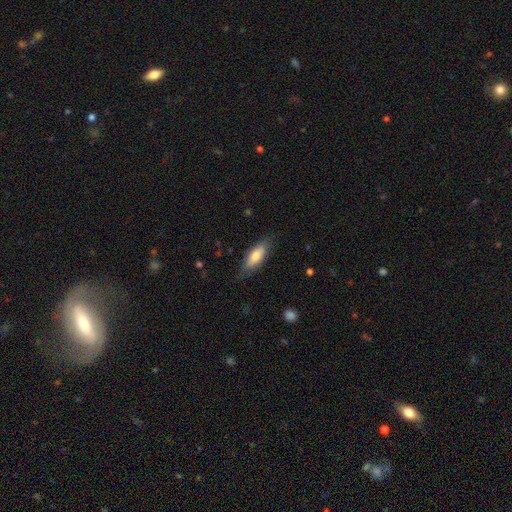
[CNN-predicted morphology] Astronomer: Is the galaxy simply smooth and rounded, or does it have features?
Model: smooth — 74%.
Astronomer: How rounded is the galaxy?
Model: in between — 67%.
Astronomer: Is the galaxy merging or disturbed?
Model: none — 77%.